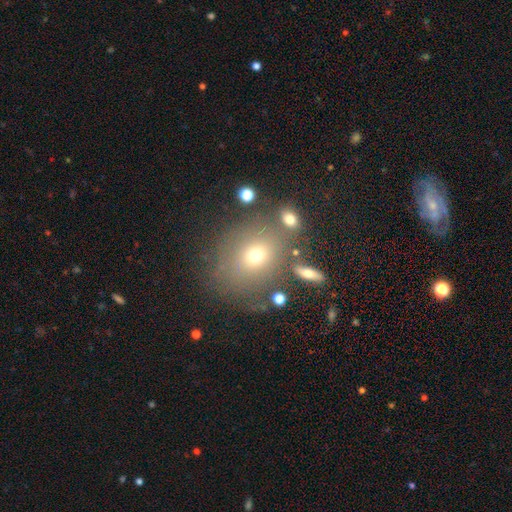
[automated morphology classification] smooth_or_featured: smooth (p=0.64) [alt: star or artifact p=0.19]
how_rounded: round (p=0.63) [alt: in between p=0.36]
merging: none (p=0.71) [alt: minor disturbance p=0.14]